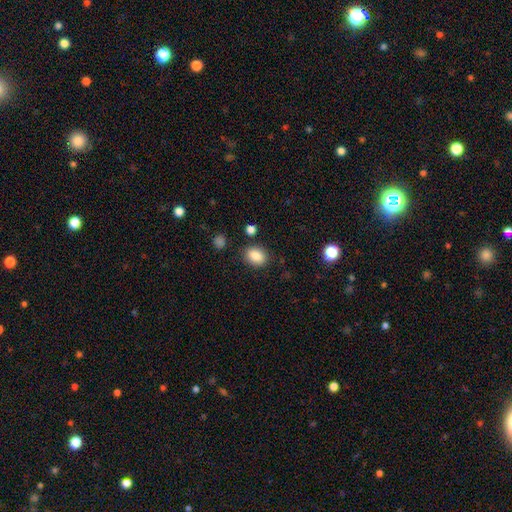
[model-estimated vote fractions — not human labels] A smooth galaxy with no disk features (86%) that is in between round and cigar-shaped (61%).

Vote fractions:
- Smooth or featured? smooth: 86% / star or artifact: 9% / featured or disk: 5%
- How rounded? in between: 61% / round: 38% / cigar-shaped: 1%
- Merging? none: 83% / minor disturbance: 10% / major disturbance: 3% / merger: 3%